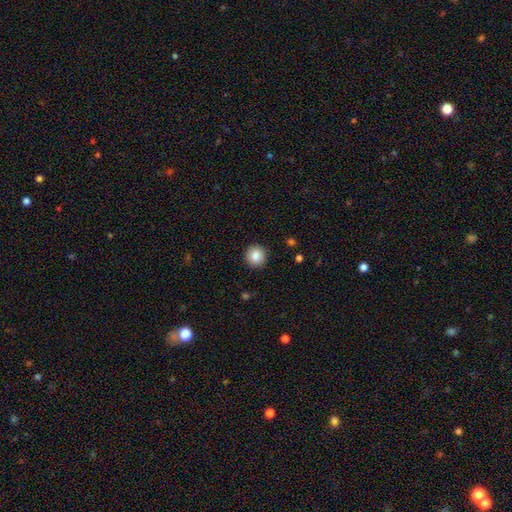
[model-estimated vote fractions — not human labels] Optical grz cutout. It shows a smooth galaxy with no disk features (86%) that is round (95%). Merging: none (92%).